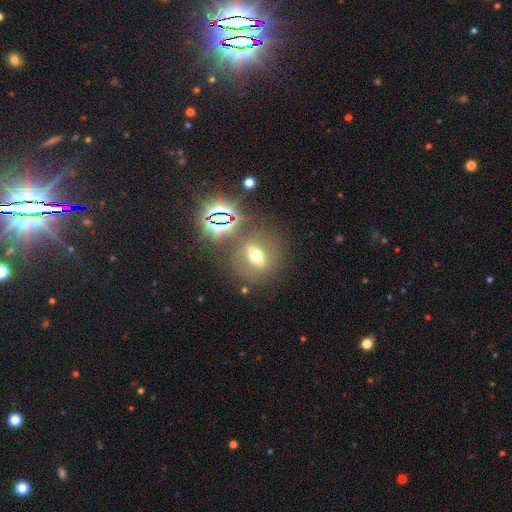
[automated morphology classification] A featured or disk galaxy (46%).

Vote fractions:
- Smooth or featured? featured or disk: 46% / smooth: 29% / star or artifact: 24%
- Merging? none: 77% / minor disturbance: 10% / major disturbance: 6% / merger: 6%